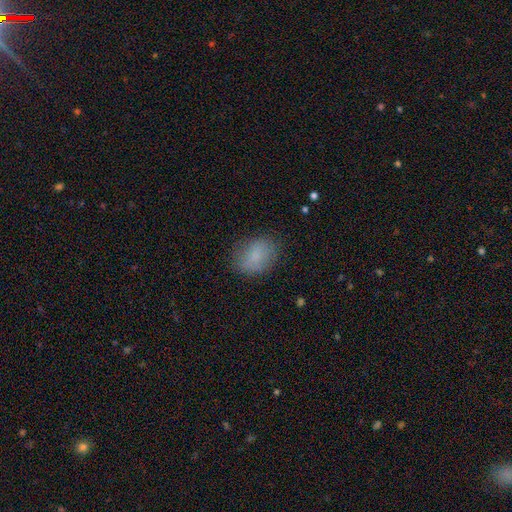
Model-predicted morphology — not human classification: type=smooth (82%); roundness=in between (67%); merging=none (78%).